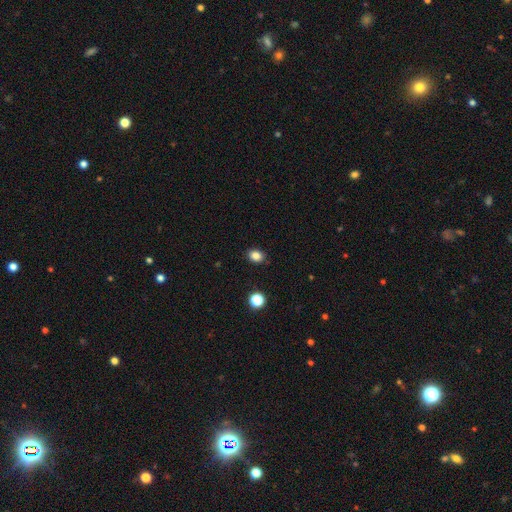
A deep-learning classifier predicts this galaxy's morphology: The model was most divided on "how rounded": in between: 55%, round: 44%, cigar-shaped: 1%. More confident: merging — none (87%); smooth or featured — smooth (84%).